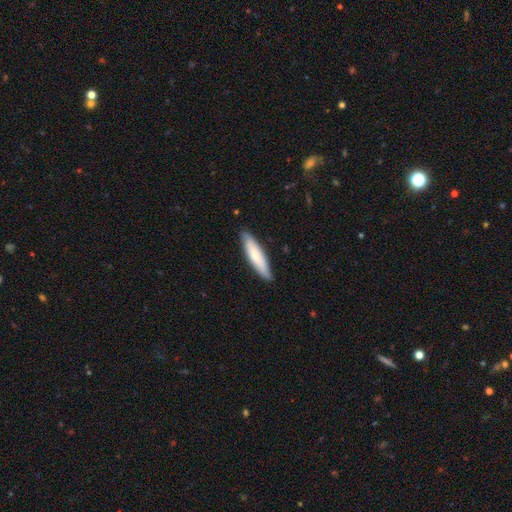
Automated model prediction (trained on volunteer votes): Smooth or featured: smooth — 76% (featured or disk — 19%)
How rounded: cigar-shaped — 79% (in between — 19%)
Merging: none — 88% (minor disturbance — 10%)